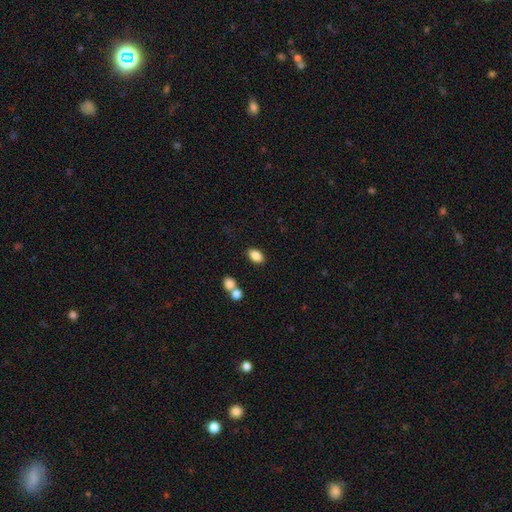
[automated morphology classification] Smooth or featured? smooth (83%)
How rounded? in between (90%)
Merging? none (82%)